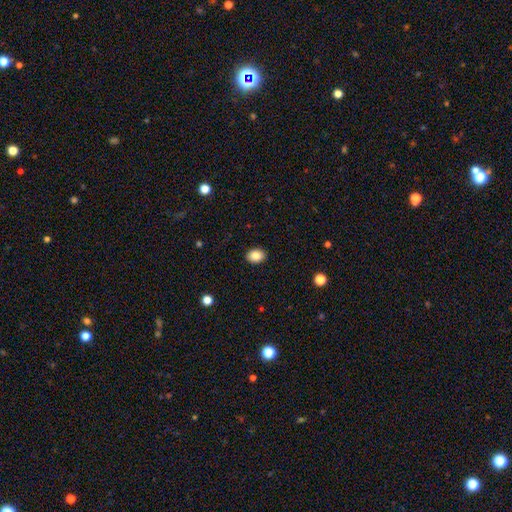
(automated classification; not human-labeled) A smooth galaxy with no disk features (87%) that is in between round and cigar-shaped (65%). Merging: none (90%).